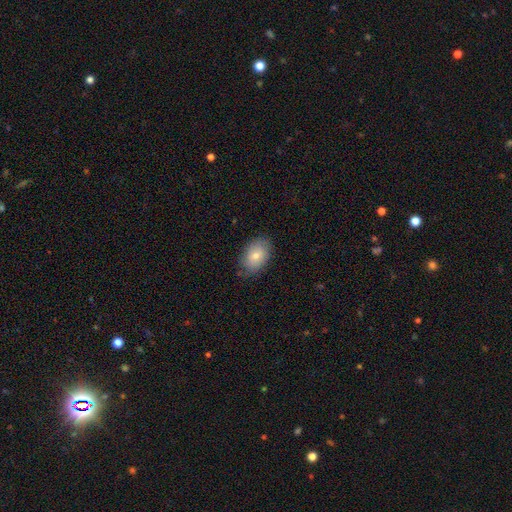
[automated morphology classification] A smooth galaxy with no disk features (69%) that is in between round and cigar-shaped (86%).

Vote fractions:
- Smooth or featured? smooth: 69% / featured or disk: 23% / star or artifact: 8%
- How rounded? in between: 86% / round: 13% / cigar-shaped: 1%
- Merging? none: 79% / minor disturbance: 17% / major disturbance: 4% / merger: 1%